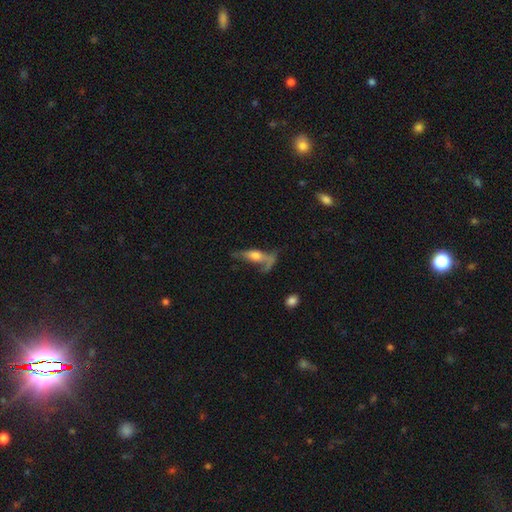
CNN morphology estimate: featured or disk 49%, smooth 41%, star or artifact 9%. Down the decision tree: merging — major disturbance (37%).